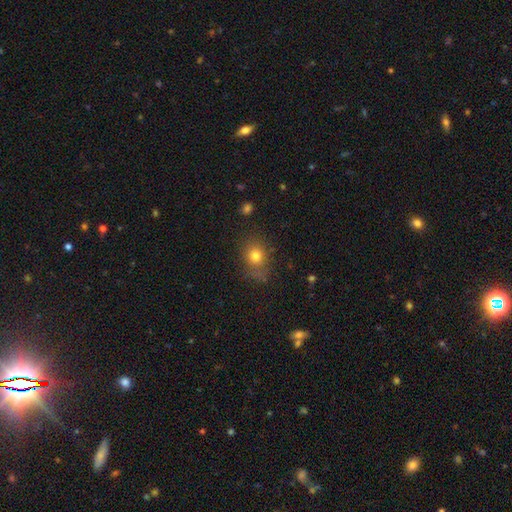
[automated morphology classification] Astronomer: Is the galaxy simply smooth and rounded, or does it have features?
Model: smooth — 77%.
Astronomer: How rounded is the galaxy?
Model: round — 60% (runner-up: in between, 39%).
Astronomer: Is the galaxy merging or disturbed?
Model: none — 70%.